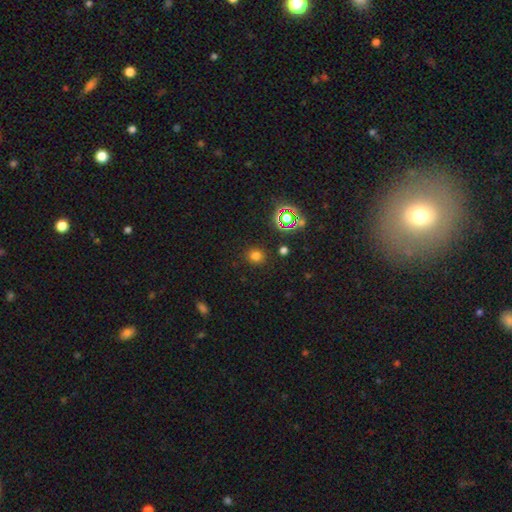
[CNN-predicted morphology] smooth-or-featured: smooth: 73% | star or artifact: 22% | featured or disk: 6%
  how-rounded: round: 79% | in between: 20% | cigar-shaped: 1%
  merging: none: 87% | minor disturbance: 8% | major disturbance: 3% | merger: 2%